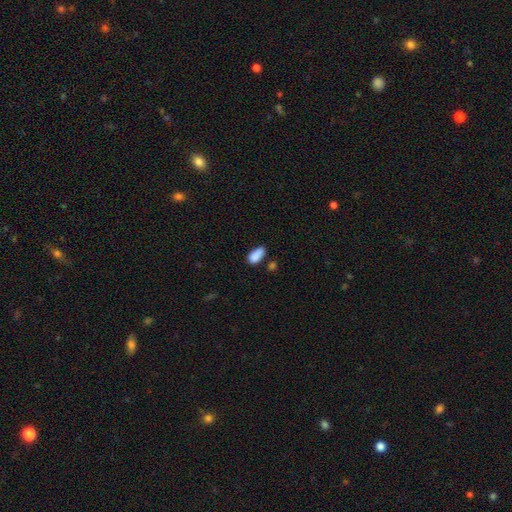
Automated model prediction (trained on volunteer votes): Overall: smooth (86%). How rounded: in between (87%). Merging: none (57%; minor disturbance 27%).